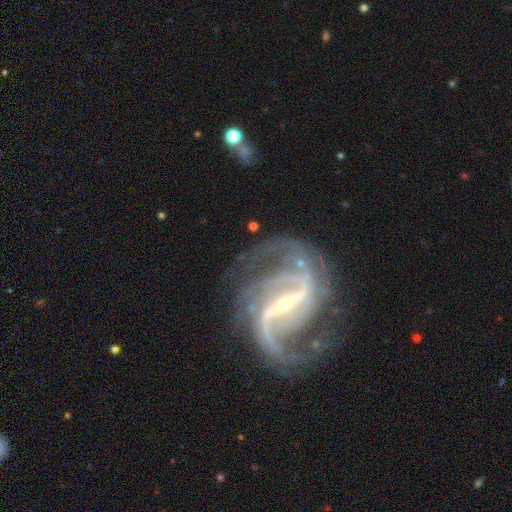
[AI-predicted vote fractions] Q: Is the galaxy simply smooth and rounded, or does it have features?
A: featured or disk — 91%.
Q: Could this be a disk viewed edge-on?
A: no — 97%.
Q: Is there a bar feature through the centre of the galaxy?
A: strong — 68%.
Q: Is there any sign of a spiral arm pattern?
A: yes — 98%.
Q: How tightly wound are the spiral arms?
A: medium — 43%.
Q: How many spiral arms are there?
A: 2 — 76%.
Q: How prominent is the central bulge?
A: small — 71%.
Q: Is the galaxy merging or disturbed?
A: none — 68%.